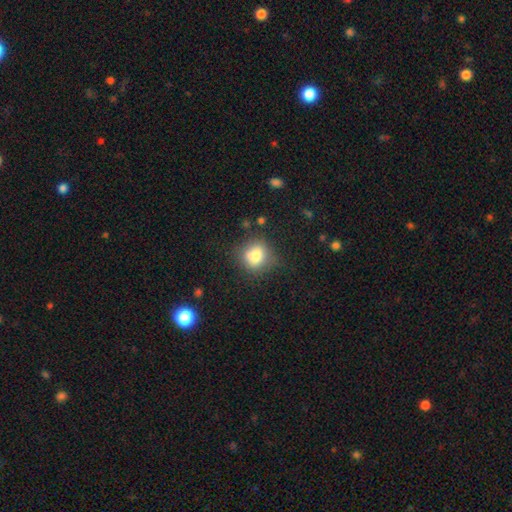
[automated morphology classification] smooth 78%, featured or disk 11%, star or artifact 11%. Down the decision tree: how rounded — round (76%); merging — none (73%).